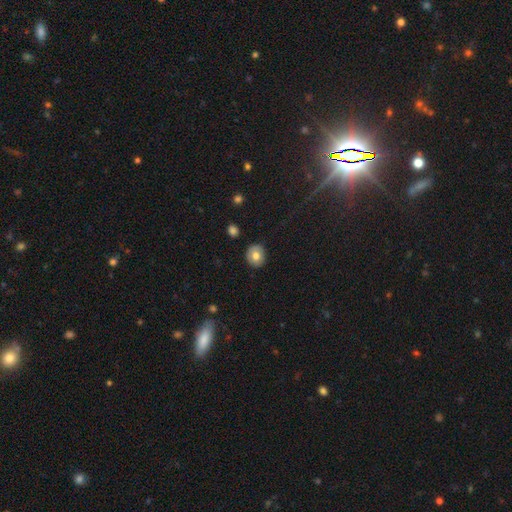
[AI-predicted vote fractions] This is likely a smooth galaxy (74%). How rounded: likely round (76%). Merging: clearly none (86%).